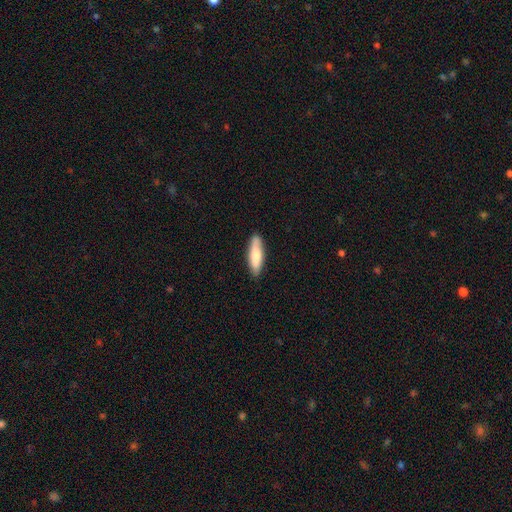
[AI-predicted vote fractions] Smooth or featured? Predicted: smooth (p=0.74). How rounded? Predicted: cigar-shaped (p=0.60). Merging? Predicted: none (p=0.85).